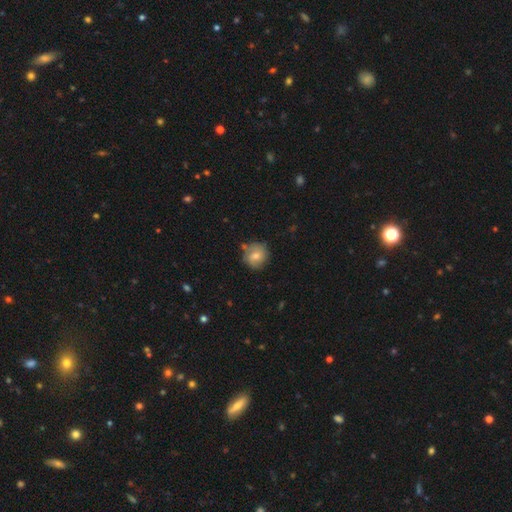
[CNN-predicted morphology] Smooth or featured? smooth (68%)
How rounded? round (86%)
Merging? none (70%)